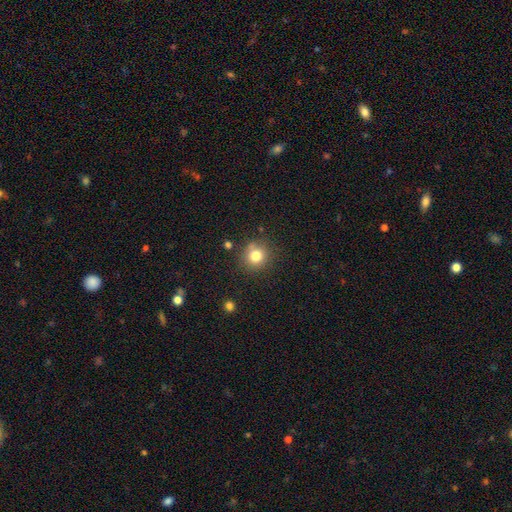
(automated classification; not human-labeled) Smooth or featured? Predicted: smooth (p=0.79). How rounded? Predicted: round (p=0.90). Merging? Predicted: none (p=0.81).